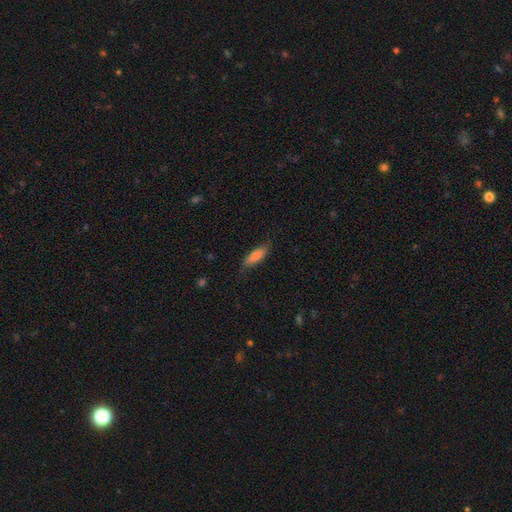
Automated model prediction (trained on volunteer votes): This appears to be a smooth galaxy with no disk features (78%) that is cigar-shaped (53%). Merging: none (76%).